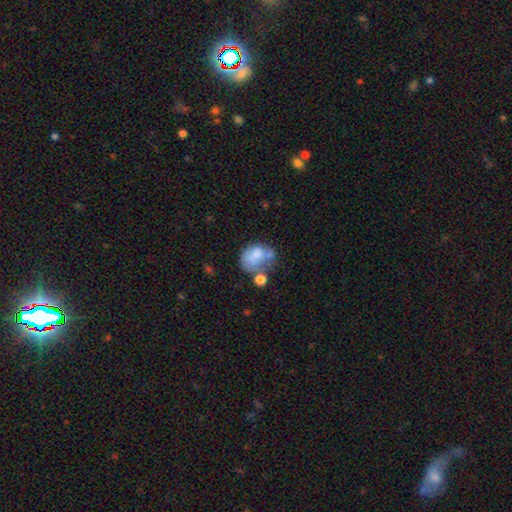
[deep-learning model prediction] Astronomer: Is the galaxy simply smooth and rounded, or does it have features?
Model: smooth — 65%.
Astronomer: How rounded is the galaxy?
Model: in between — 63%.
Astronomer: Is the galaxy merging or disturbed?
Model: none — 27% (runner-up: merger, 26%).